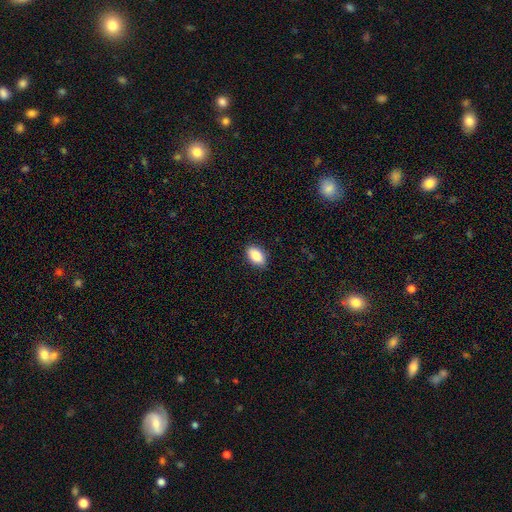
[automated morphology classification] smooth-or-featured: smooth: 87% | star or artifact: 7% | featured or disk: 6%
  how-rounded: in between: 92% | round: 6% | cigar-shaped: 2%
  merging: none: 89% | minor disturbance: 8% | major disturbance: 2% | merger: 1%